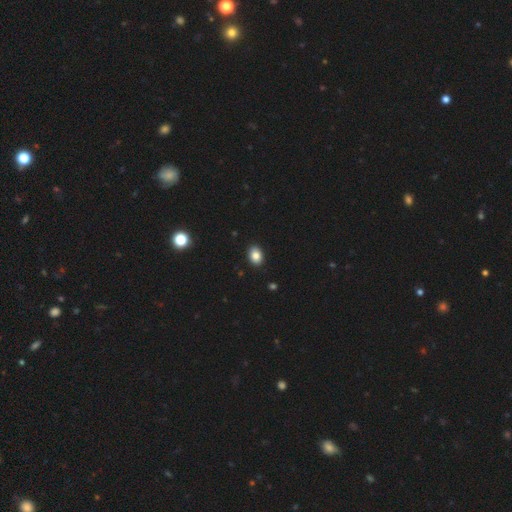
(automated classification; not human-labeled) Smooth or featured? Predicted: smooth (p=0.84). How rounded? Predicted: in between (p=0.73). Merging? Predicted: none (p=0.91).